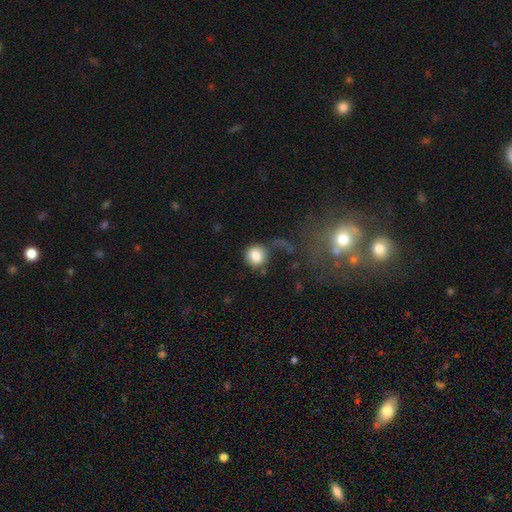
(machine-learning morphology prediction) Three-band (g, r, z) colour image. It shows a smooth galaxy with no disk features (83%) that is round (85%). Merging: none (53%).